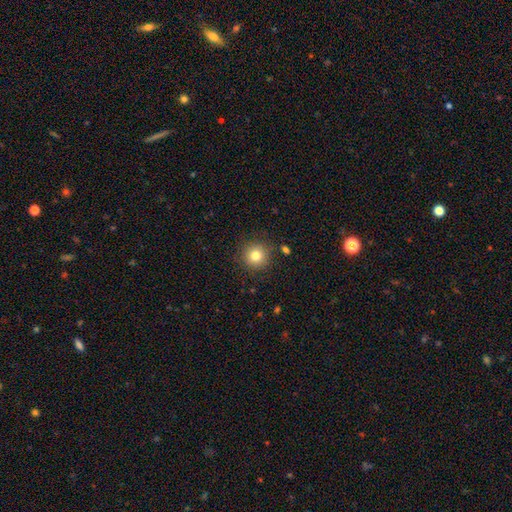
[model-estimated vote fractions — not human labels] This appears to be a smooth galaxy with no disk features (80%) that is round (94%). Merging: none (87%).